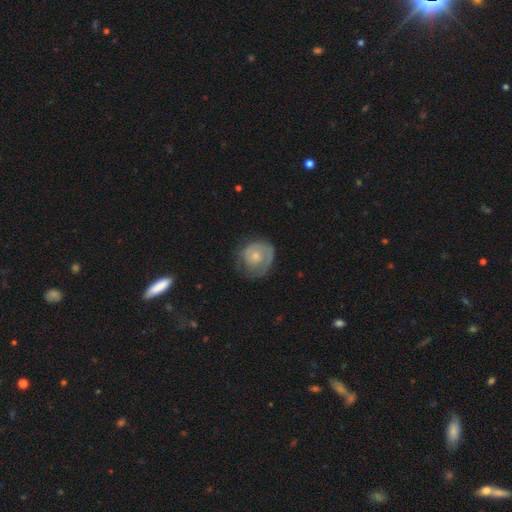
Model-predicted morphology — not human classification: featured or disk 52%, smooth 41%, star or artifact 6%. Down the decision tree: edge-on disk — no (97%); bar — no (83%); spiral arms — yes (67%); bulge size — small (55%); merging — none (57%).